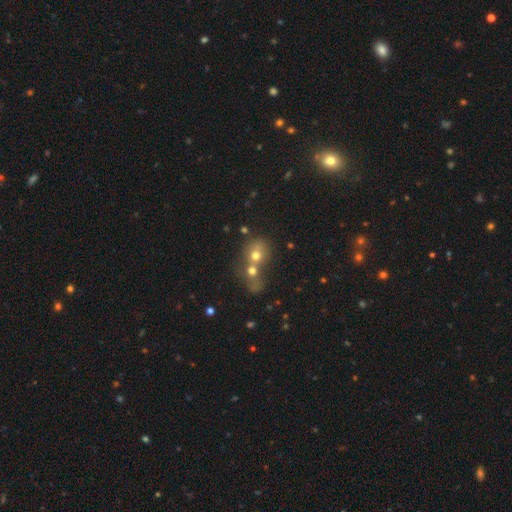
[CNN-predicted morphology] The model was most divided on "how rounded": round: 70%, in between: 29%, cigar-shaped: 1%. More confident: merging — merger (68%); smooth or featured — smooth (62%).